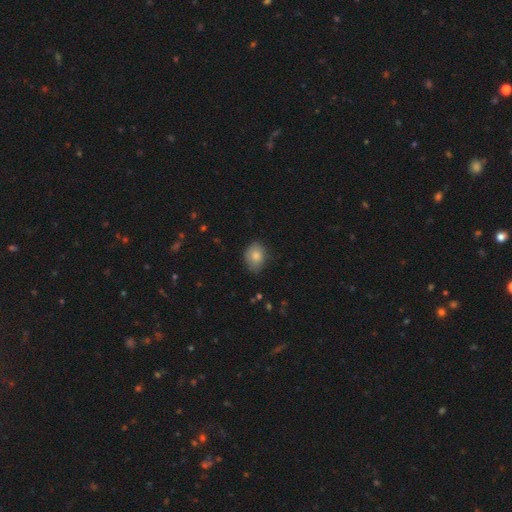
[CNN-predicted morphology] smooth-or-featured: smooth: 81% | featured or disk: 11% | star or artifact: 8%
  how-rounded: in between: 62% | round: 37% | cigar-shaped: 1%
  merging: none: 68% | minor disturbance: 26% | major disturbance: 5% | merger: 1%